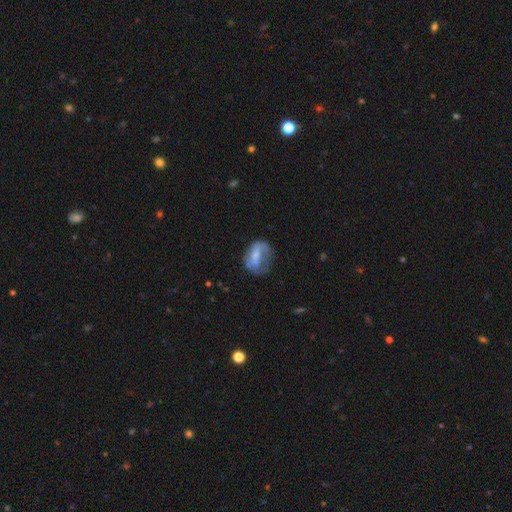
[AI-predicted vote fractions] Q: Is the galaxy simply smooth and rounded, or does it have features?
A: smooth — 52%.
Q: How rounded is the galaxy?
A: in between — 67%.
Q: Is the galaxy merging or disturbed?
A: none — 38%.